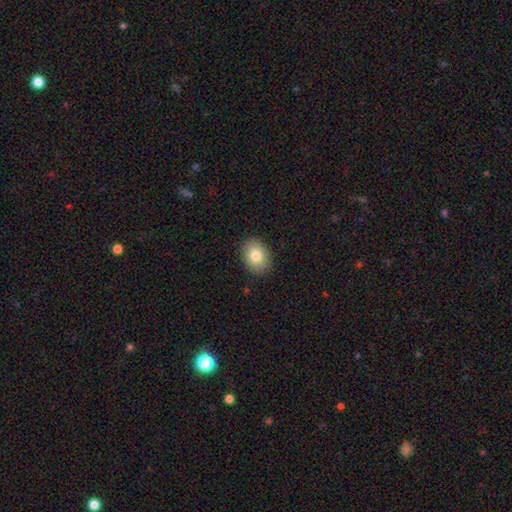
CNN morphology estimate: smooth_or_featured: smooth (p=0.81) [alt: featured or disk p=0.10]
how_rounded: in between (p=0.62) [alt: round p=0.37]
merging: none (p=0.89) [alt: minor disturbance p=0.08]